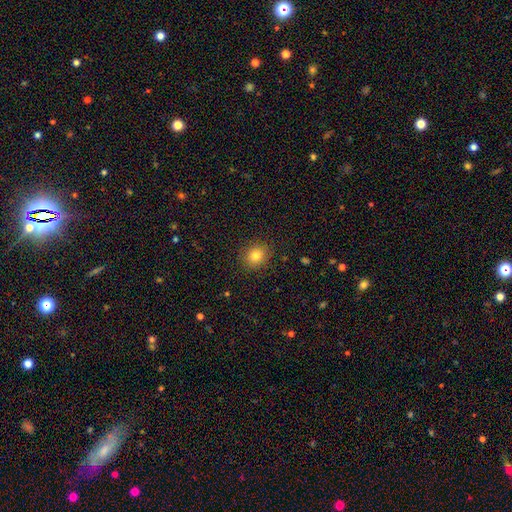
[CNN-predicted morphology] type=smooth (81%); roundness=round (75%); merging=none (89%).